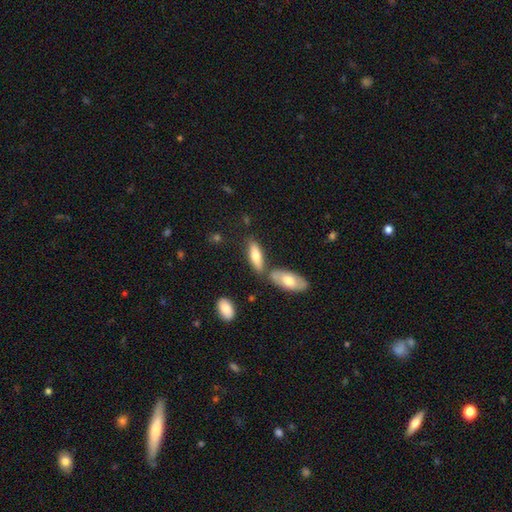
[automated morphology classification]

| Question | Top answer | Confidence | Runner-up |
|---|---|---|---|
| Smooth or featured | smooth | 71% | featured or disk (23%) |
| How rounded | in between | 59% | cigar-shaped (39%) |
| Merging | none | 61% | merger (22%) |